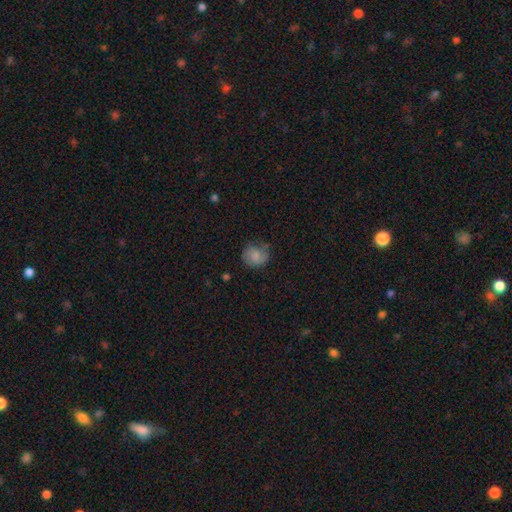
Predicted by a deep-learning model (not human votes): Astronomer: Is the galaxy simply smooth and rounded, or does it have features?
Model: smooth — 69%.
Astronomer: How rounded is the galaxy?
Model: round — 79%.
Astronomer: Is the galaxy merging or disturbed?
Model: none — 67%.